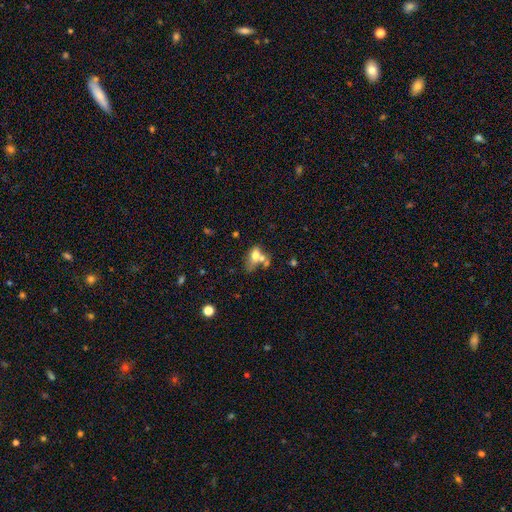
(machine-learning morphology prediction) This appears to be a smooth galaxy with no disk features (66%) that is in between round and cigar-shaped (79%). Merging: merger (47%).